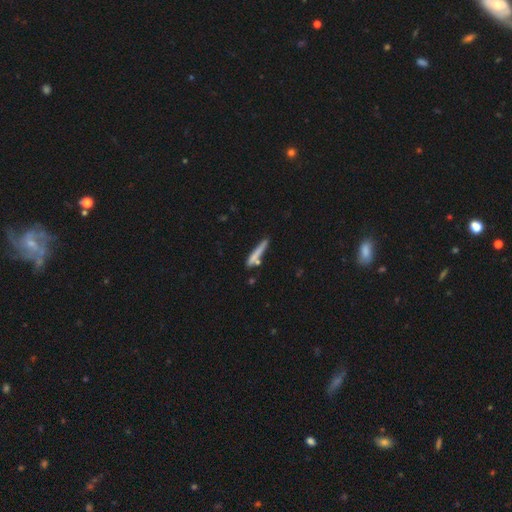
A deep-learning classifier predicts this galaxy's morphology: Smooth or featured? Predicted: smooth (p=0.71). How rounded? Predicted: cigar-shaped (p=0.93). Merging? Predicted: none (p=0.67).